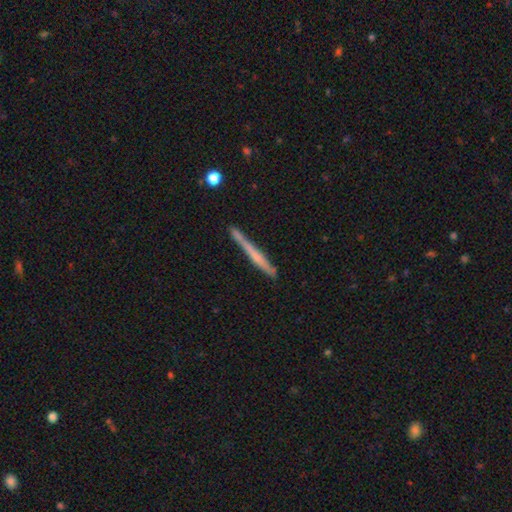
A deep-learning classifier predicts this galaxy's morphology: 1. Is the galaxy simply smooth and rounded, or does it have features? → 48% featured or disk, 46% smooth, 6% star or artifact.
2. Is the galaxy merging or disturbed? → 76% none, 16% minor disturbance, 5% merger, 3% major disturbance.